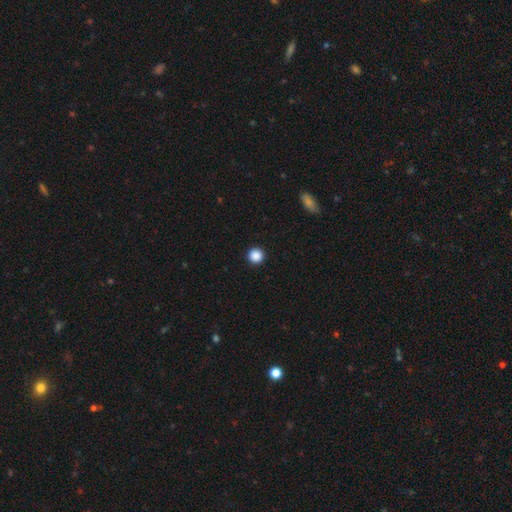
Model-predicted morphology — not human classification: Smooth or featured?
  - smooth: 88% *
  - star or artifact: 10%
  - featured or disk: 2%
How rounded?
  - round: 96% *
  - in between: 3%
  - cigar-shaped: 1%
Merging?
  - none: 94% *
  - minor disturbance: 4%
  - major disturbance: 1%
  - merger: 1%